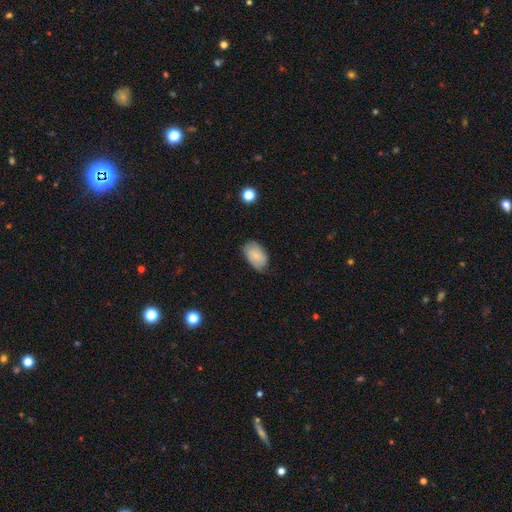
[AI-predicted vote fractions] A smooth galaxy with no disk features (72%) that is in between round and cigar-shaped (91%).

Vote fractions:
- Smooth or featured? smooth: 72% / featured or disk: 21% / star or artifact: 7%
- How rounded? in between: 91% / round: 8% / cigar-shaped: 1%
- Merging? none: 68% / minor disturbance: 26% / major disturbance: 5% / merger: 1%